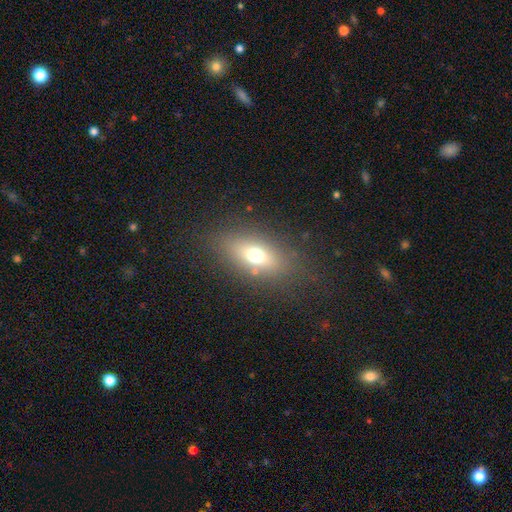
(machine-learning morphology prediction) smooth-or-featured: smooth: 64% | featured or disk: 21% | star or artifact: 15%
  how-rounded: in between: 74% | round: 17% | cigar-shaped: 9%
  merging: none: 80% | minor disturbance: 11% | major disturbance: 7% | merger: 2%